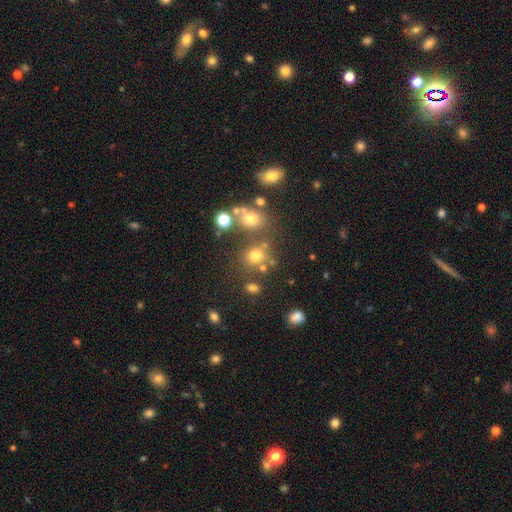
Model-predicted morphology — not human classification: Smooth or featured? Predicted: smooth (p=0.67). How rounded? Predicted: round (p=0.80). Merging? Predicted: none (p=0.64).